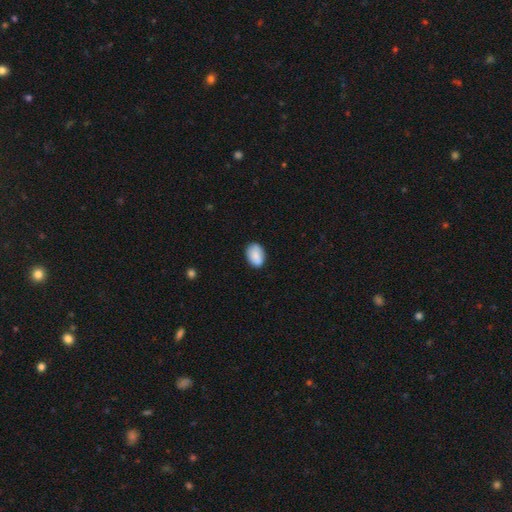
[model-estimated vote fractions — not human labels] Morphology: type=smooth (87%); roundness=in between (87%); merging=none (81%).